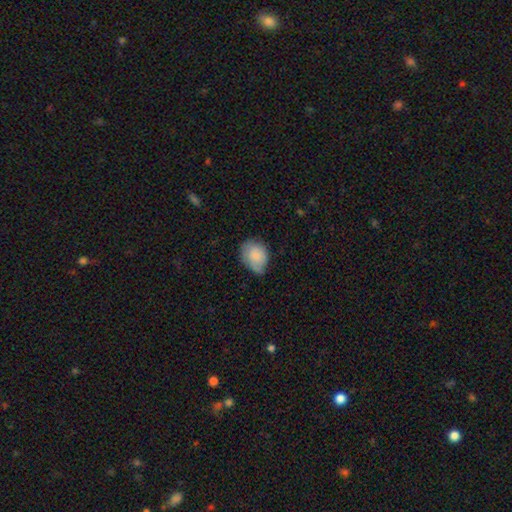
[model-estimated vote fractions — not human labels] A smooth galaxy with no disk features (81%) that is in between round and cigar-shaped (63%). Merging: none (52%).